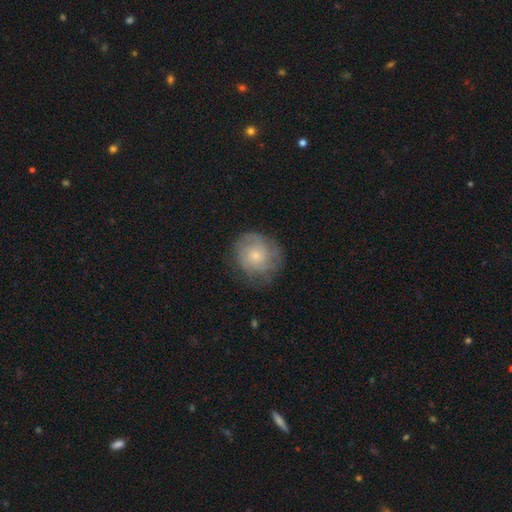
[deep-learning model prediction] Overall: featured or disk (53%; smooth 39%). Edge-on disk: no (98%). Bar: no (81%). Spiral arms: yes (81%). Bulge size: small (65%; moderate 28%). Merging: none (70%).